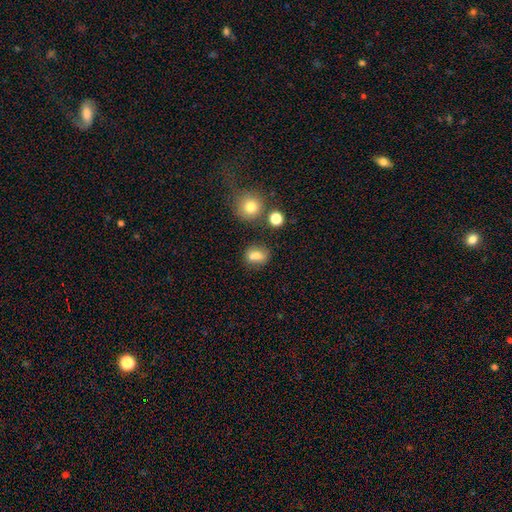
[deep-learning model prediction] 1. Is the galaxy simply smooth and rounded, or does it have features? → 75% smooth, 13% featured or disk, 13% star or artifact.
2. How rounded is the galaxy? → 50% in between, 48% round, 2% cigar-shaped.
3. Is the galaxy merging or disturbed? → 57% none, 23% merger, 15% minor disturbance, 5% major disturbance.